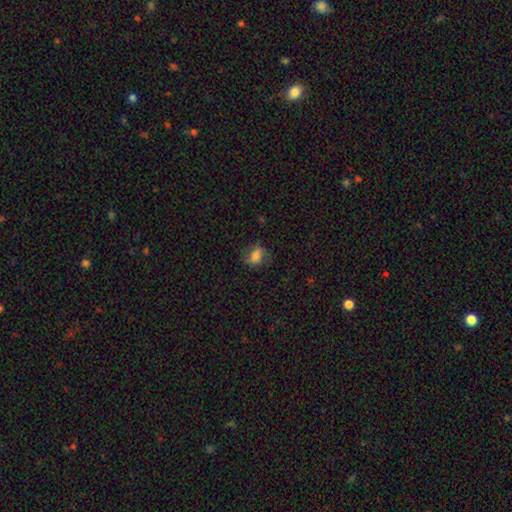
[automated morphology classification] This is likely a smooth galaxy (72%). How rounded: likely in between (68%). Merging: likely none (72%).